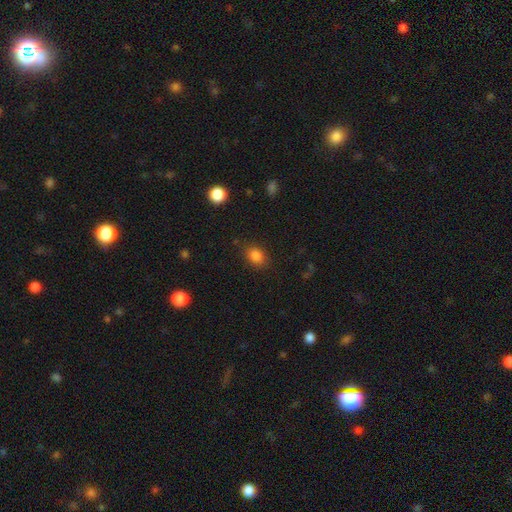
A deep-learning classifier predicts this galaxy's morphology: smooth_or_featured: smooth (p=0.84) [alt: star or artifact p=0.11]
how_rounded: in between (p=0.65) [alt: round p=0.34]
merging: none (p=0.84) [alt: minor disturbance p=0.11]